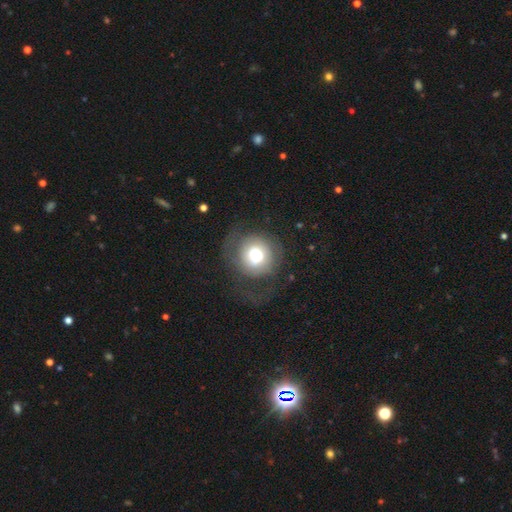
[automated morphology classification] type=smooth (60%); roundness=round (90%); merging=none (61%).